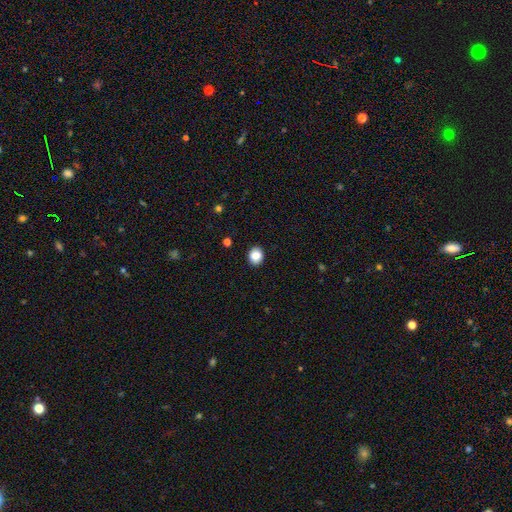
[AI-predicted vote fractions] Smooth or featured: smooth — 86% (star or artifact — 9%)
How rounded: round — 63% (in between — 36%)
Merging: none — 91% (minor disturbance — 6%)